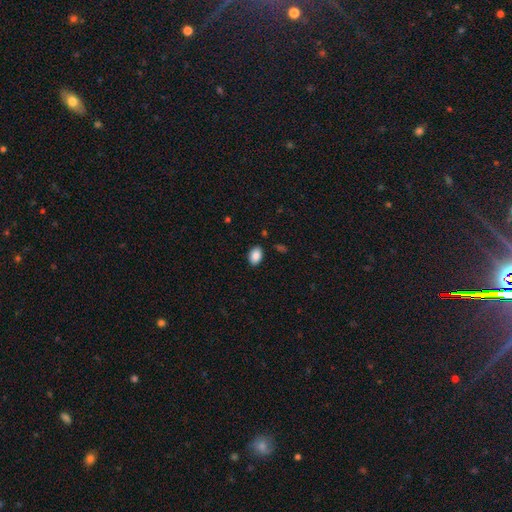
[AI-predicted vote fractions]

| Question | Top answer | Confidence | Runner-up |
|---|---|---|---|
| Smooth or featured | smooth | 89% | star or artifact (8%) |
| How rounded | in between | 86% | round (13%) |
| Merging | none | 87% | minor disturbance (9%) |